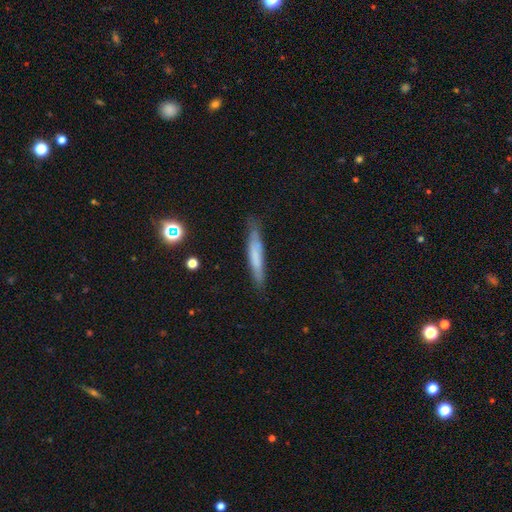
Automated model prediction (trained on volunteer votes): This is likely a smooth galaxy (63%). How rounded: clearly cigar-shaped (91%). Merging: likely none (76%).